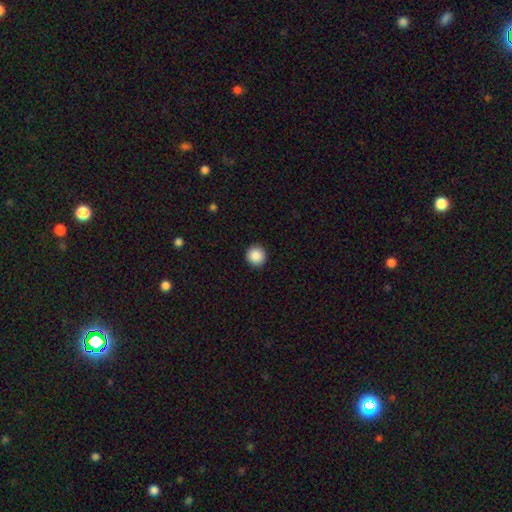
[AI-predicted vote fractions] A smooth galaxy with no disk features (89%) that is round (94%). Merging: none (92%).